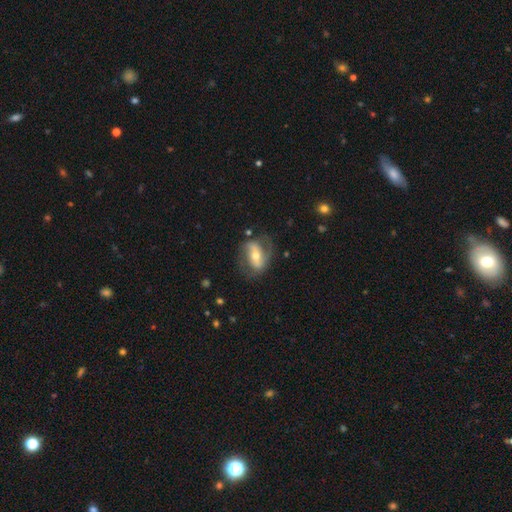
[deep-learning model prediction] A featured or disk galaxy (71%) with a strong bar (40%), 2 (82%) medium (41%) spiral arms (84%) and a moderate central bulge (61%). Merging: none (65%).